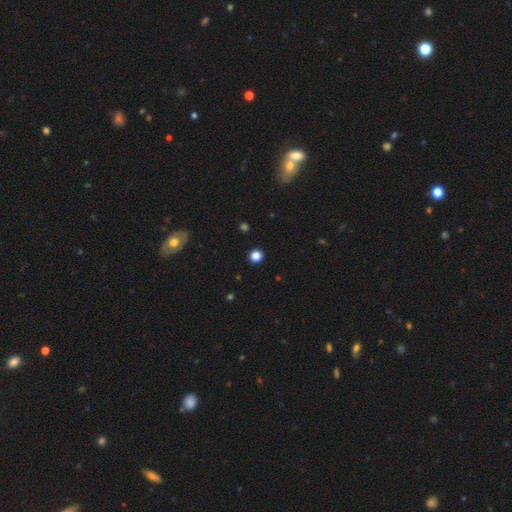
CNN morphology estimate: A smooth galaxy with no disk features (84%) that is round (94%).

Vote fractions:
- Smooth or featured? smooth: 84% / star or artifact: 12% / featured or disk: 3%
- How rounded? round: 94% / in between: 5% / cigar-shaped: 1%
- Merging? none: 93% / minor disturbance: 4% / major disturbance: 2% / merger: 1%